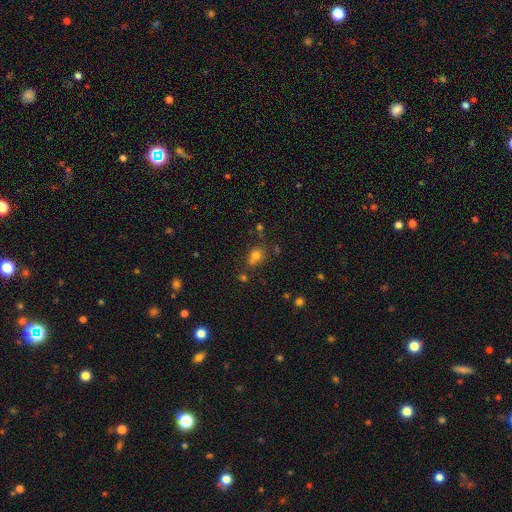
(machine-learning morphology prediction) smooth 74%, star or artifact 17%, featured or disk 9%. Down the decision tree: how rounded — round (60%); merging — none (54%).